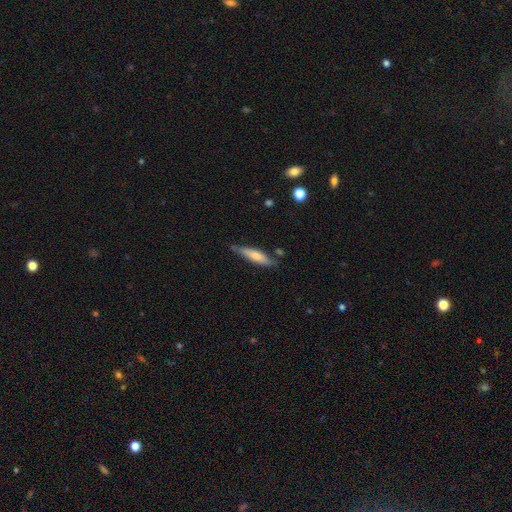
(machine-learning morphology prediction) This appears to be a smooth galaxy with no disk features (62%) that is cigar-shaped (79%). Merging: none (71%).